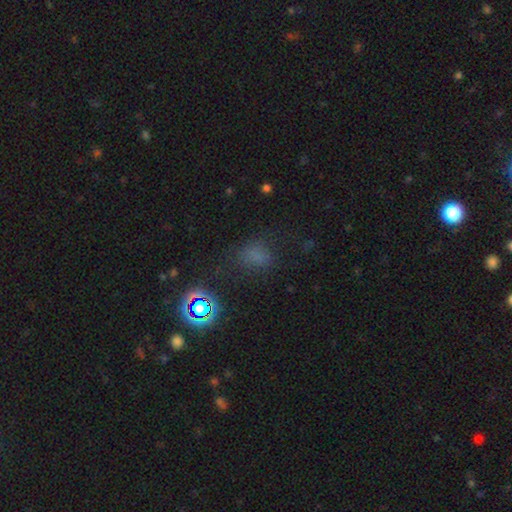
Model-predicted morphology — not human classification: The model was most divided on "how rounded": in between: 53%, round: 45%, cigar-shaped: 2%. More confident: merging — none (65%); smooth or featured — smooth (60%).